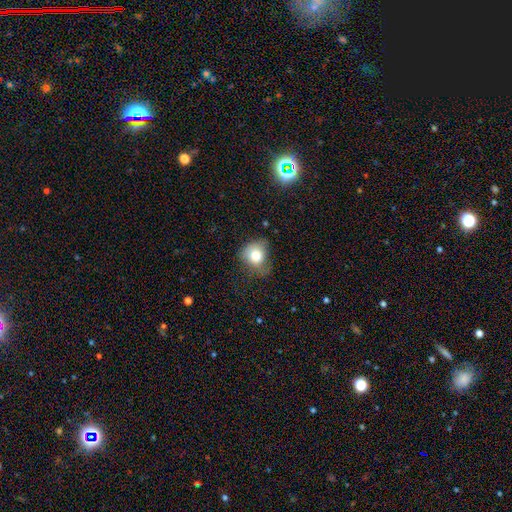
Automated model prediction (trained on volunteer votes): This is likely a smooth galaxy (76%). How rounded: likely round (64%). Merging: possibly none (45%).